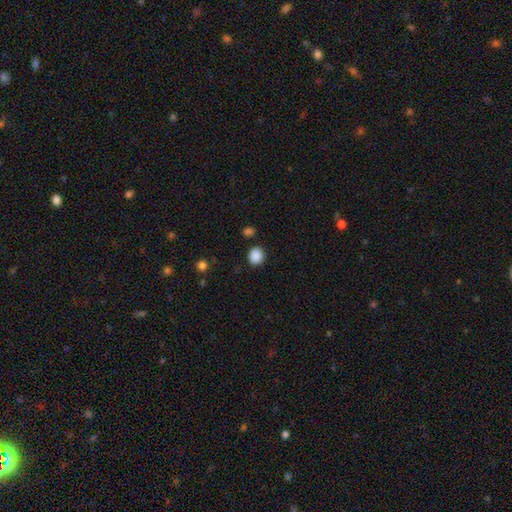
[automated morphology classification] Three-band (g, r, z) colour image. It shows a smooth galaxy with no disk features (88%) that is round (73%). Merging: none (85%).